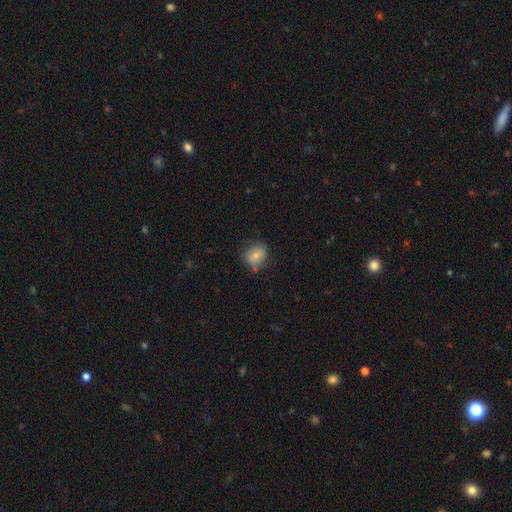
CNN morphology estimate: type=smooth (76%); roundness=round (52%); merging=none (69%).